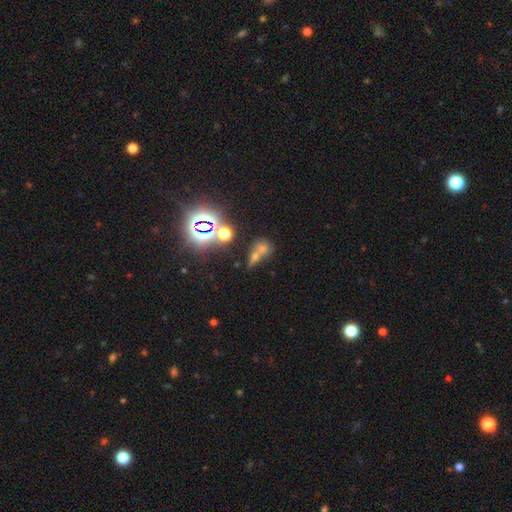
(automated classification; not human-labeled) The model was most divided on "smooth or featured": smooth: 48%, star or artifact: 36%, featured or disk: 17%. More confident: merging — merger (54%).